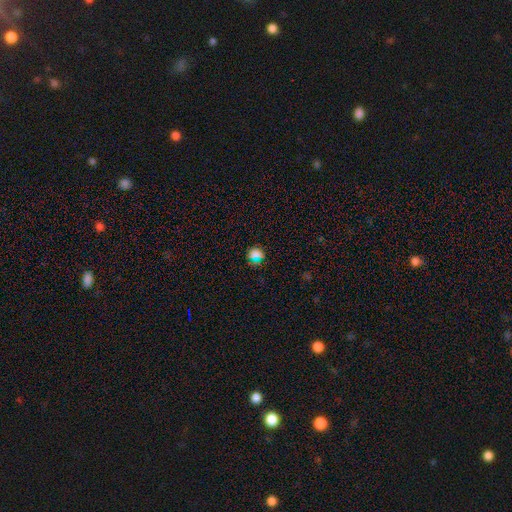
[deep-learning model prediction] Smooth or featured? smooth (67%)
How rounded? round (77%)
Merging? none (79%)